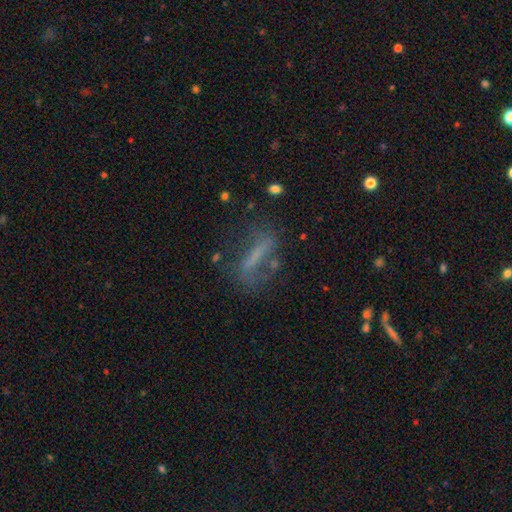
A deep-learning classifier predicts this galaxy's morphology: smooth-or-featured: featured or disk: 43% | smooth: 41% | star or artifact: 15%
  merging: none: 57% | minor disturbance: 20% | major disturbance: 18% | merger: 4%